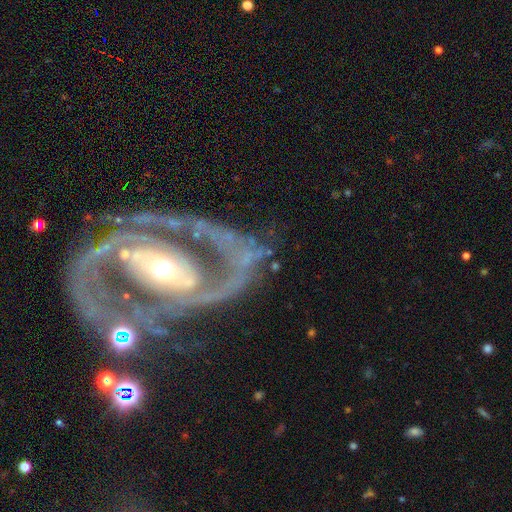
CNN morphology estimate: Q: Smooth or featured?
A: featured or disk (78%); runner-up: smooth (13%)
Q: Edge-on disk?
A: no (94%); runner-up: yes (6%)
Q: Bar?
A: no (49%); runner-up: weak (27%)
Q: Spiral arms?
A: yes (74%); runner-up: no (26%)
Q: Spiral winding?
A: medium (38%); runner-up: loose (35%)
Q: Spiral arm count?
A: 2 (53%); runner-up: 1 (19%)
Q: Bulge size?
A: moderate (55%); runner-up: small (30%)
Q: Merging?
A: none (42%); runner-up: major disturbance (33%)